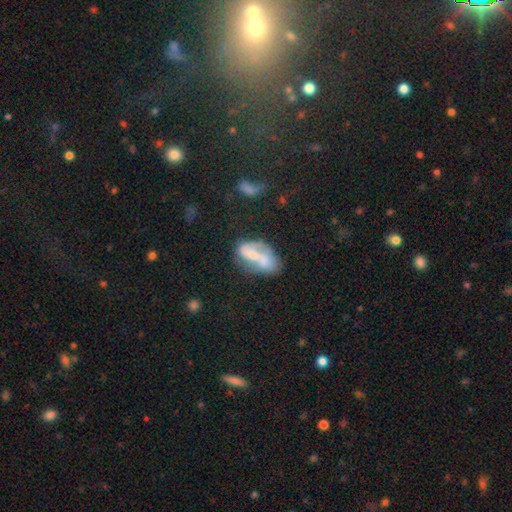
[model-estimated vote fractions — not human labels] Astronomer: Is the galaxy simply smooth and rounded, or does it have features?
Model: featured or disk — 52% (runner-up: smooth, 39%).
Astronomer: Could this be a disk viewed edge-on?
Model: no — 94%.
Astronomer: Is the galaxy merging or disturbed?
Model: none — 35% (runner-up: merger, 24%).